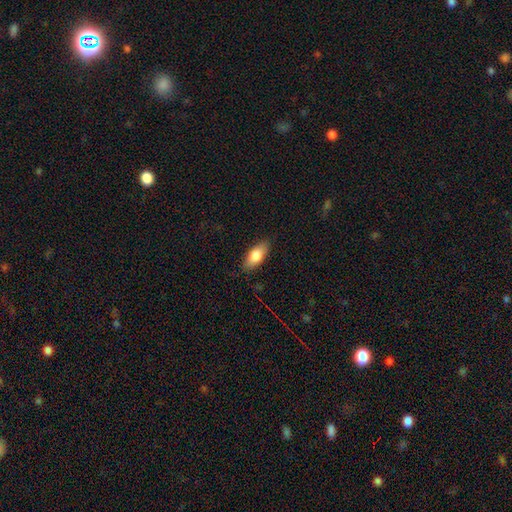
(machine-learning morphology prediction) Smooth or featured?
  - smooth: 79% *
  - featured or disk: 15%
  - star or artifact: 6%
How rounded?
  - in between: 82% *
  - cigar-shaped: 15%
  - round: 2%
Merging?
  - none: 86% *
  - minor disturbance: 11%
  - major disturbance: 2%
  - merger: 1%